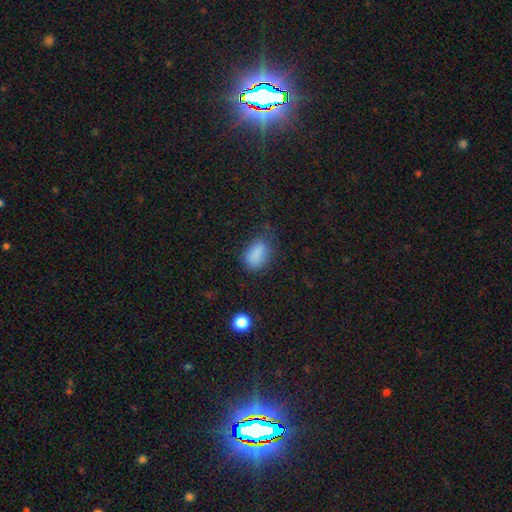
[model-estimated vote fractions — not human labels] Smooth or featured: smooth — 85% (star or artifact — 10%)
How rounded: in between — 84% (round — 13%)
Merging: none — 62% (minor disturbance — 25%)